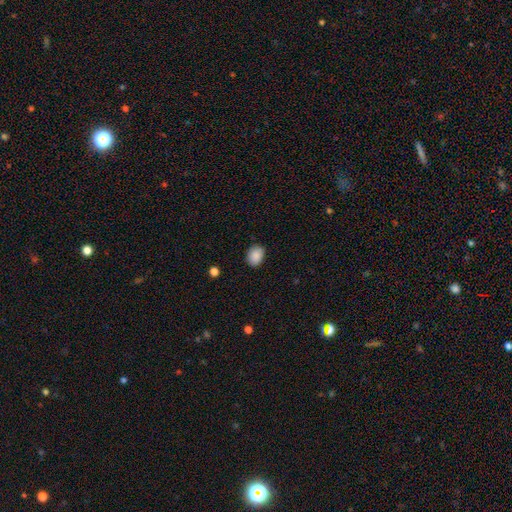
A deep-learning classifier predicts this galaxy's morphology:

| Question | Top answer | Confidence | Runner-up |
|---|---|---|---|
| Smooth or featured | smooth | 89% | star or artifact (8%) |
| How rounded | in between | 64% | round (35%) |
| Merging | none | 82% | minor disturbance (14%) |